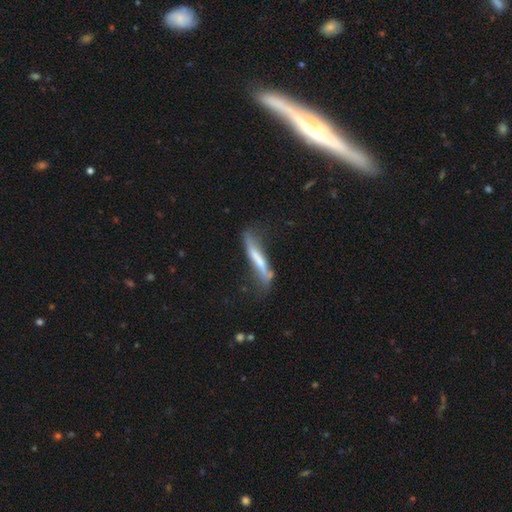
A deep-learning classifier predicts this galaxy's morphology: The model was most divided on "smooth or featured": featured or disk: 56%, smooth: 35%, star or artifact: 9%. More confident: edge-on disk — yes (69%); merging — none (55%).